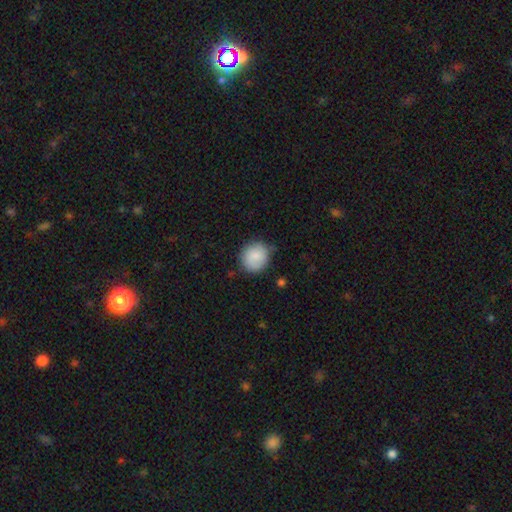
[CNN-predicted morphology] This is clearly a smooth galaxy (83%). How rounded: clearly round (86%). Merging: likely none (77%).